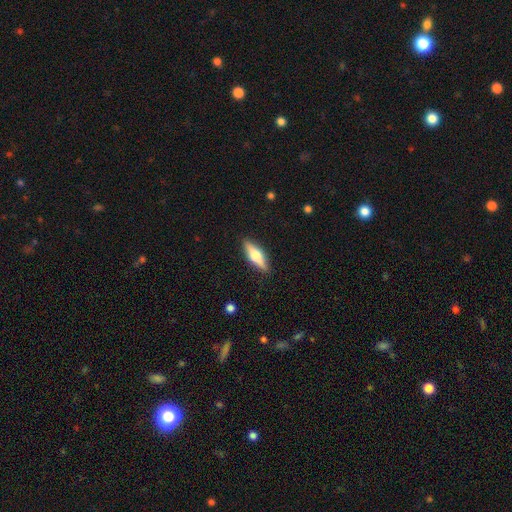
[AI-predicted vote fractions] smooth 48%, featured or disk 46%, star or artifact 6%. Down the decision tree: merging — none (89%).